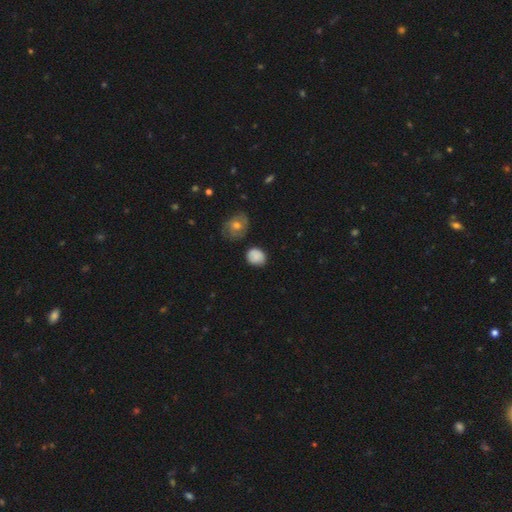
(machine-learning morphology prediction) A smooth galaxy with no disk features (84%) that is round (63%). Merging: none (76%).